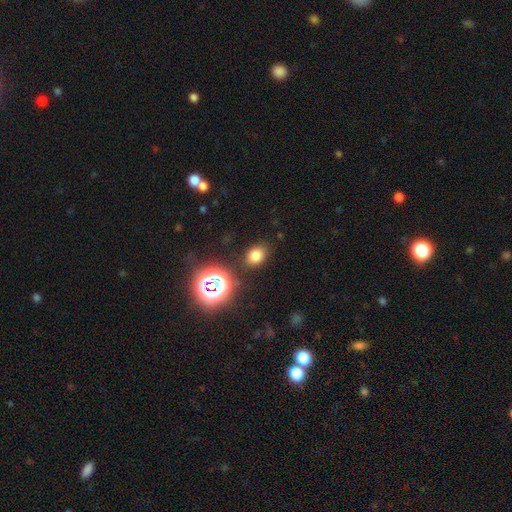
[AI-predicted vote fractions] Overall: smooth (73%). How rounded: in between (60%; round 39%). Merging: none (83%).